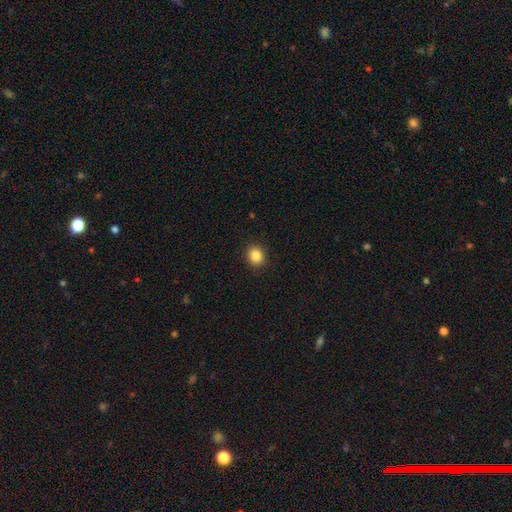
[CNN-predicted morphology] This is clearly a smooth galaxy (85%). How rounded: likely round (71%). Merging: clearly none (92%).